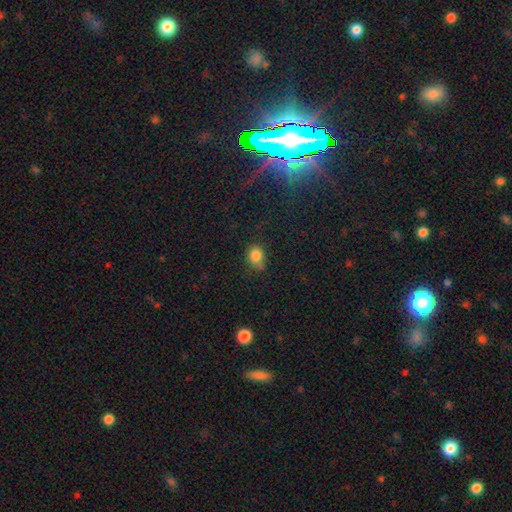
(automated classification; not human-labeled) Overall: smooth (82%). How rounded: round (62%; in between 36%). Merging: none (53%; minor disturbance 30%).